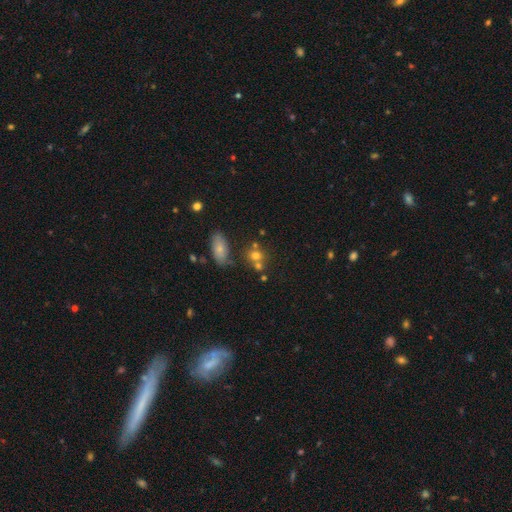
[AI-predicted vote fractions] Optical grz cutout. It shows a smooth galaxy with no disk features (67%) that is round (71%). Merging: none (50%).